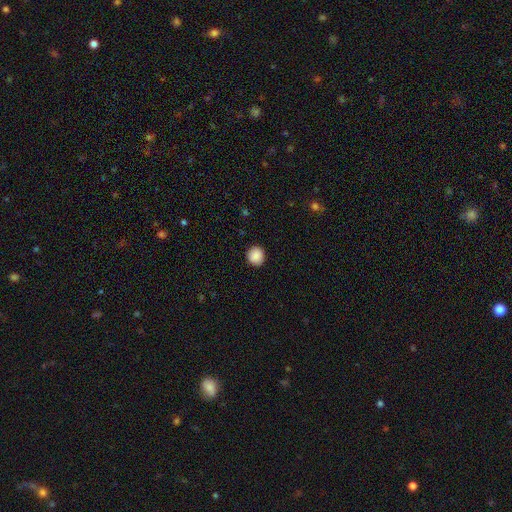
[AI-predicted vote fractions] Morphology: type=smooth (89%); roundness=round (88%); merging=none (91%).